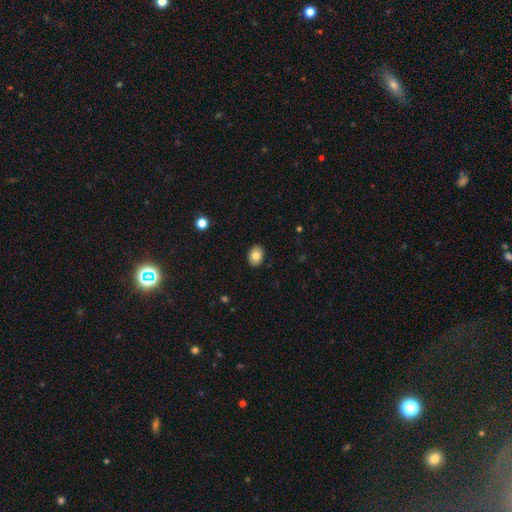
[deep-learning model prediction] A smooth galaxy with no disk features (81%) that is in between round and cigar-shaped (70%). Merging: none (90%).